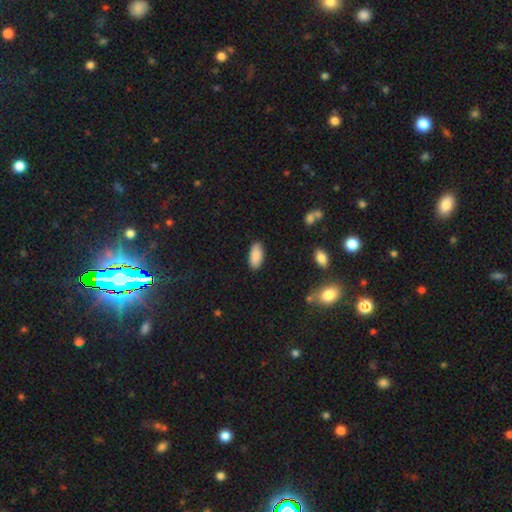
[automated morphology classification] smooth 89%, star or artifact 7%, featured or disk 4%. Down the decision tree: how rounded — in between (90%); merging — none (87%).